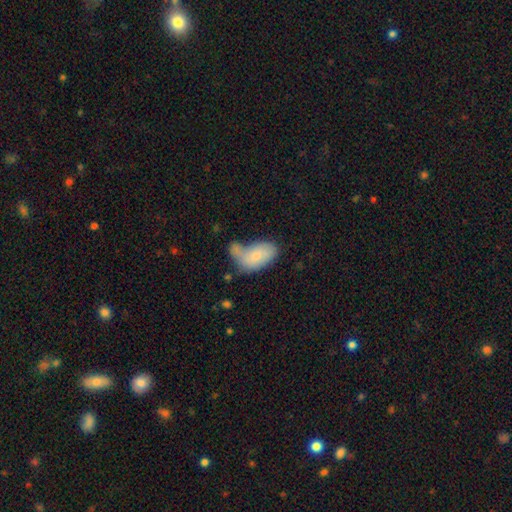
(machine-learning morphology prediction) This is likely a smooth galaxy (74%). How rounded: clearly in between (93%). Merging: marginally merger (32%).